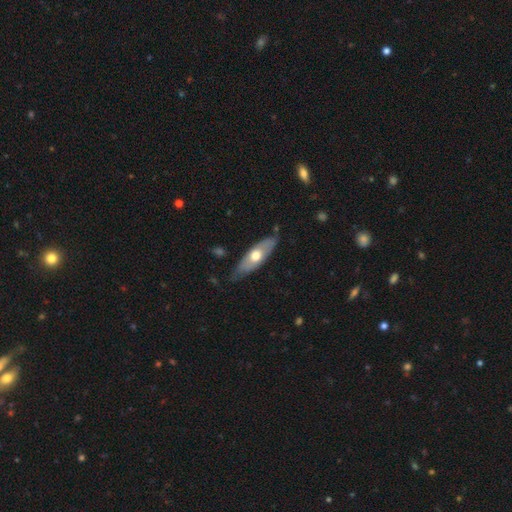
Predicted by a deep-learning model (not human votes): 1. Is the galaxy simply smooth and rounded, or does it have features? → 51% smooth, 44% featured or disk, 5% star or artifact.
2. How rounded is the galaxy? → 56% in between, 42% cigar-shaped, 2% round.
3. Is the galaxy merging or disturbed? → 76% none, 19% minor disturbance, 3% major disturbance, 2% merger.